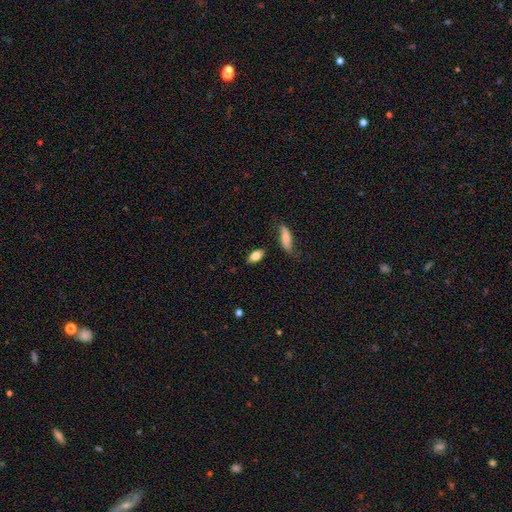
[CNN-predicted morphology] smooth_or_featured: smooth (p=0.82) [alt: featured or disk p=0.11]
how_rounded: in between (p=0.89) [alt: cigar-shaped p=0.06]
merging: none (p=0.77) [alt: minor disturbance p=0.15]